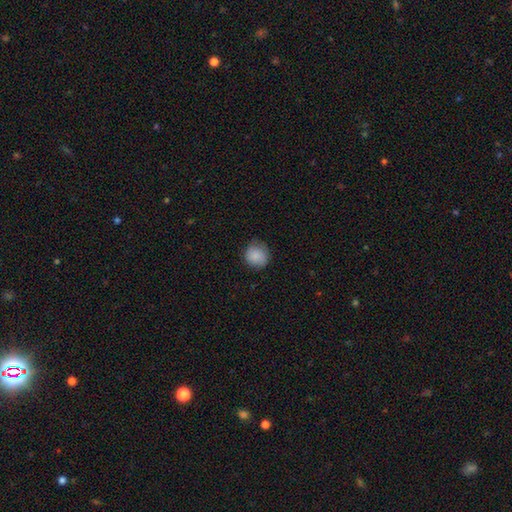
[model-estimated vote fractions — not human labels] Smooth or featured? Predicted: smooth (p=0.87). How rounded? Predicted: round (p=0.90). Merging? Predicted: none (p=0.78).